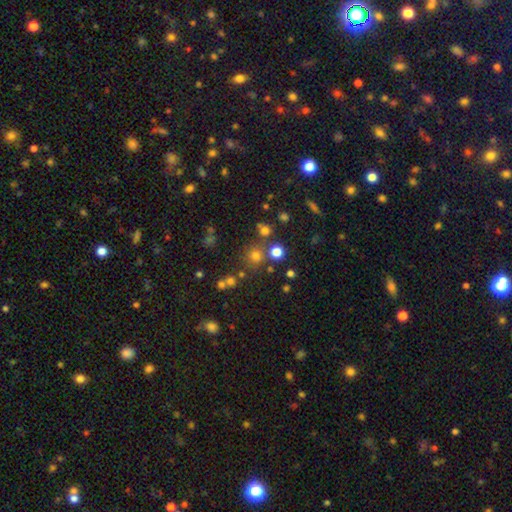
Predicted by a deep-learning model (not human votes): Smooth or featured? Predicted: smooth (p=0.69). How rounded? Predicted: round (p=0.90). Merging? Predicted: none (p=0.74).